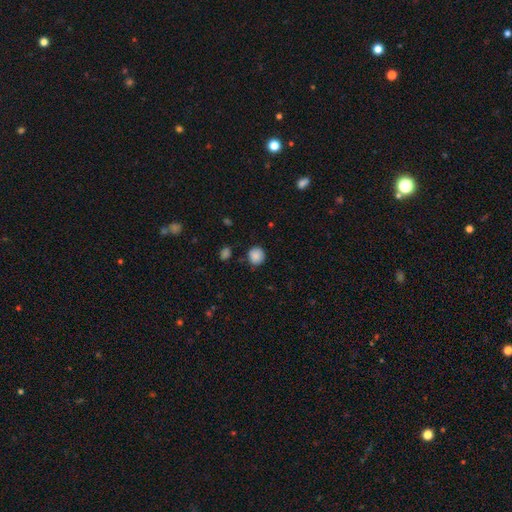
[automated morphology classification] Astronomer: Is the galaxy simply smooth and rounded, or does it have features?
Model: smooth — 87%.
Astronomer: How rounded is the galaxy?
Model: round — 86%.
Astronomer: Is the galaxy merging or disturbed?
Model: none — 82%.